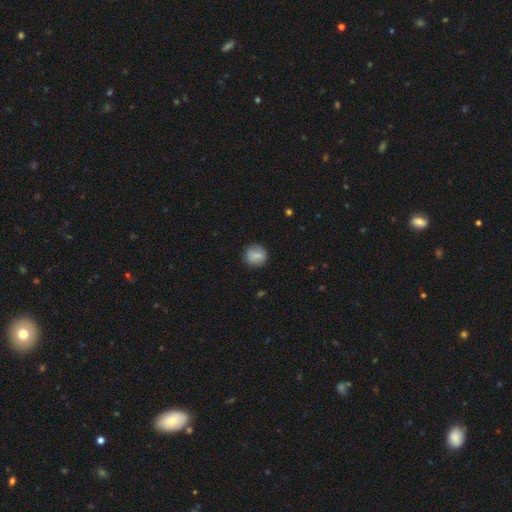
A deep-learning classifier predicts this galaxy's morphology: This appears to be a smooth galaxy with no disk features (81%) that is round (89%). Merging: none (88%).